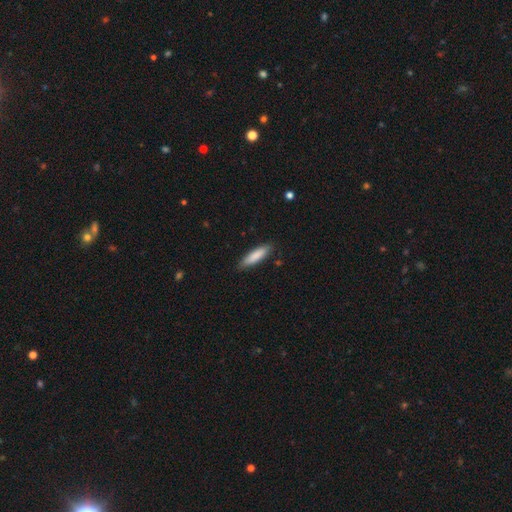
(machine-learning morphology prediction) Smooth or featured? smooth (85%)
How rounded? cigar-shaped (71%)
Merging? none (86%)